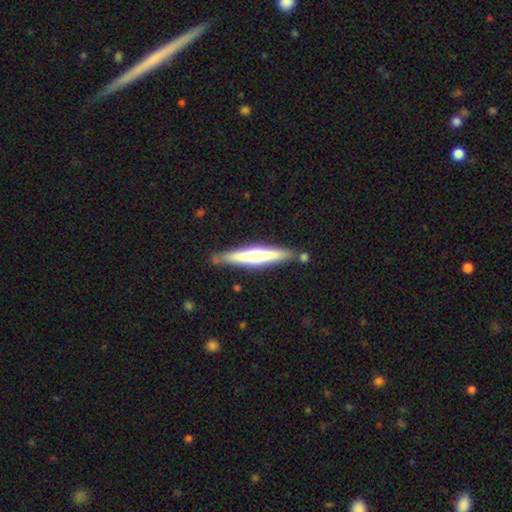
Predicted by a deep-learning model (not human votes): This appears to be a featured or disk galaxy (51%) viewed edge-on (95%). Merging: none (81%).